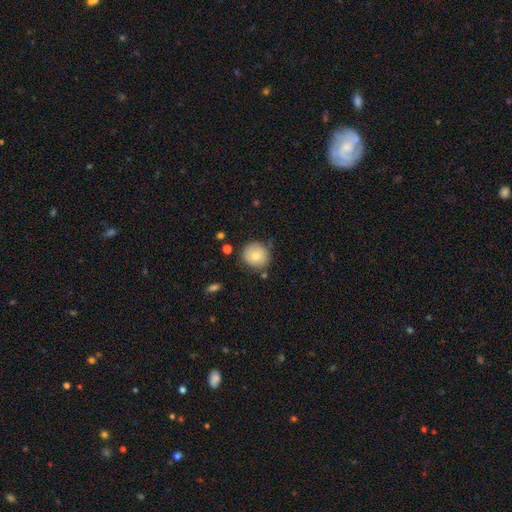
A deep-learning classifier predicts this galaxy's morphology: This is likely a smooth galaxy (75%). How rounded: clearly round (88%). Merging: likely none (79%).